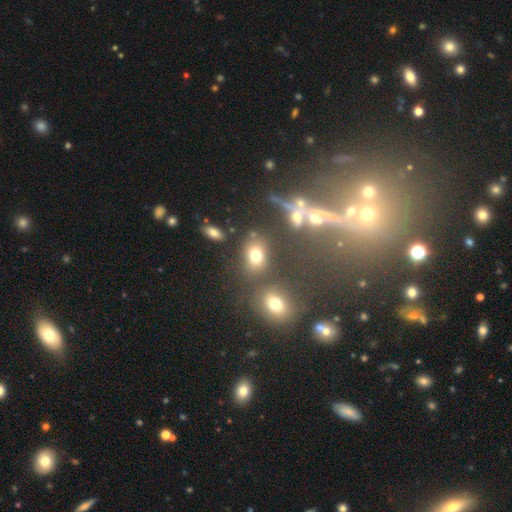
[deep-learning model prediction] Morphology: type=smooth (70%); roundness=in between (60%); merging=none (68%).